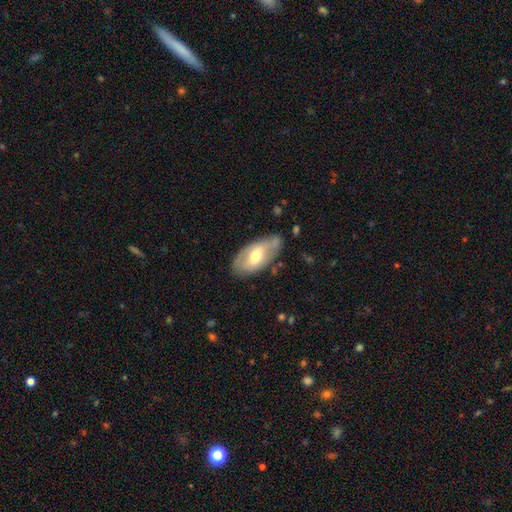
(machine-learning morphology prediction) featured or disk 49%, smooth 45%, star or artifact 6%. Down the decision tree: merging — none (70%).